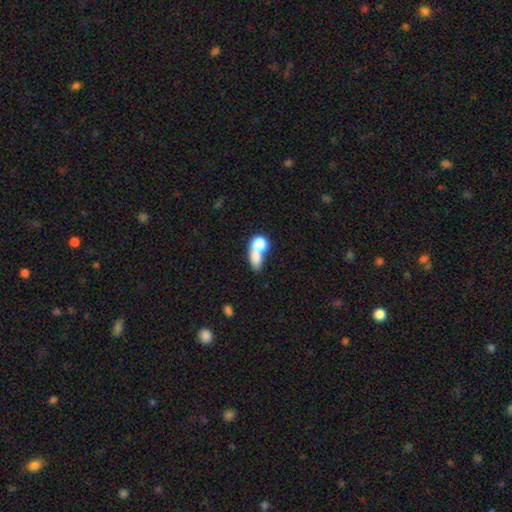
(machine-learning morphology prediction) Smooth or featured?
  - smooth: 73% *
  - featured or disk: 16%
  - star or artifact: 11%
How rounded?
  - in between: 65% *
  - round: 29%
  - cigar-shaped: 6%
Merging?
  - merger: 62% *
  - none: 23%
  - minor disturbance: 8%
  - major disturbance: 7%